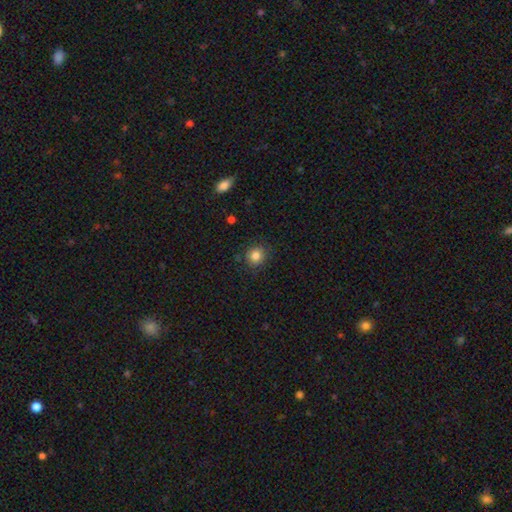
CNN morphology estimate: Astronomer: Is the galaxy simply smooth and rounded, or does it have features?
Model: smooth — 83%.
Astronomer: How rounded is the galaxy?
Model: round — 88%.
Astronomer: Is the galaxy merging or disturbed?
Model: none — 86%.